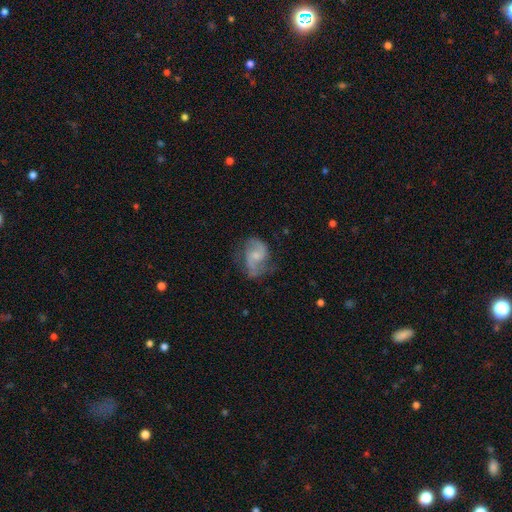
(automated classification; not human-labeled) Overall: featured or disk (78%). Edge-on disk: no (98%). Bar: no (52%; weak 40%). Spiral arms: yes (93%). Spiral arm count: 2 (88%). Spiral winding: medium (49%; loose 36%). Bulge size: small (52%; moderate 34%). Merging: none (64%).